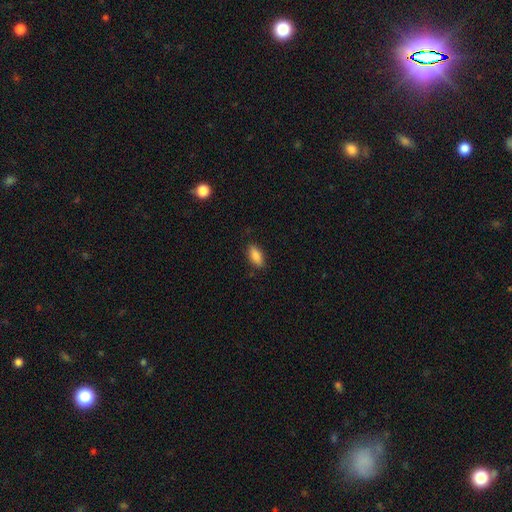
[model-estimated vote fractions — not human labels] smooth-or-featured: smooth: 85% | featured or disk: 8% | star or artifact: 7%
  how-rounded: in between: 85% | cigar-shaped: 12% | round: 3%
  merging: none: 84% | minor disturbance: 12% | major disturbance: 2% | merger: 1%